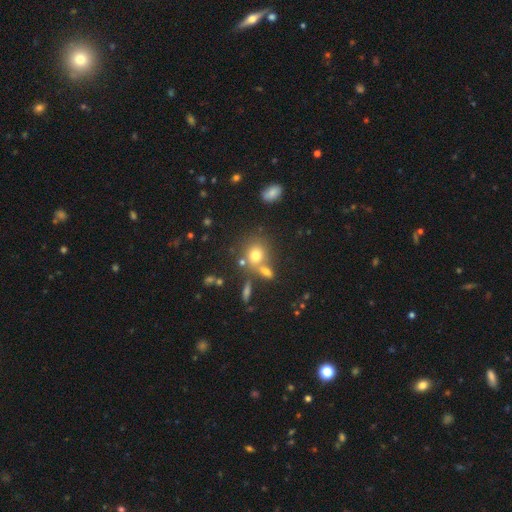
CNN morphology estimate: A smooth galaxy with no disk features (71%) that is round (74%).

Vote fractions:
- Smooth or featured? smooth: 71% / star or artifact: 15% / featured or disk: 14%
- How rounded? round: 74% / in between: 24% / cigar-shaped: 1%
- Merging? none: 55% / merger: 28% / minor disturbance: 11% / major disturbance: 5%